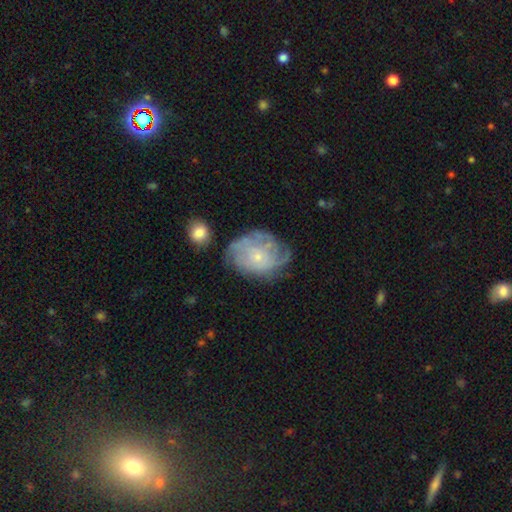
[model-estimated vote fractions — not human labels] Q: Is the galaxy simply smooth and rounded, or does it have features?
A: featured or disk — 69%.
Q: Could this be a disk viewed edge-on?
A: no — 97%.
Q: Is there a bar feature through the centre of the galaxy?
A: no — 84%.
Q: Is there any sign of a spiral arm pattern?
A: yes — 81%.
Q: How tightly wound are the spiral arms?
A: tight — 59%.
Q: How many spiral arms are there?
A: can't tell — 51%.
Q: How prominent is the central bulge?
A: small — 81%.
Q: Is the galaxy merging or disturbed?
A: none — 58%.